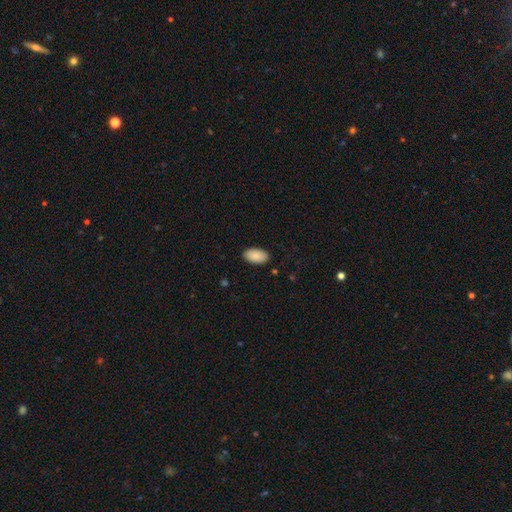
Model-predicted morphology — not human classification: Smooth or featured? Predicted: smooth (p=0.90). How rounded? Predicted: in between (p=0.95). Merging? Predicted: none (p=0.89).